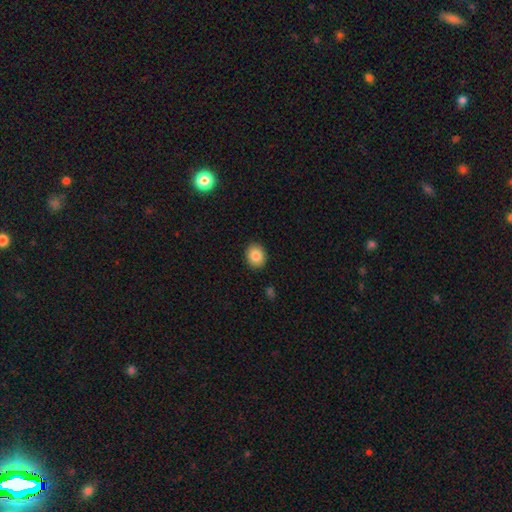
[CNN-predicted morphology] A smooth galaxy with no disk features (85%) that is round (61%).

Vote fractions:
- Smooth or featured? smooth: 85% / star or artifact: 8% / featured or disk: 6%
- How rounded? round: 61% / in between: 38% / cigar-shaped: 1%
- Merging? none: 90% / minor disturbance: 7% / major disturbance: 2% / merger: 1%